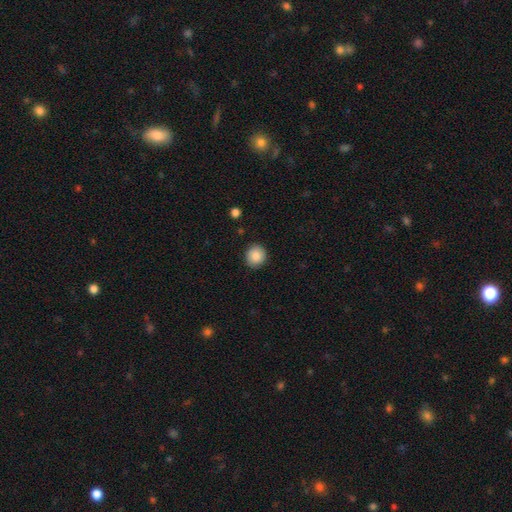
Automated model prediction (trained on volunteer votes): Smooth or featured? Predicted: smooth (p=0.87). How rounded? Predicted: round (p=0.87). Merging? Predicted: none (p=0.89).